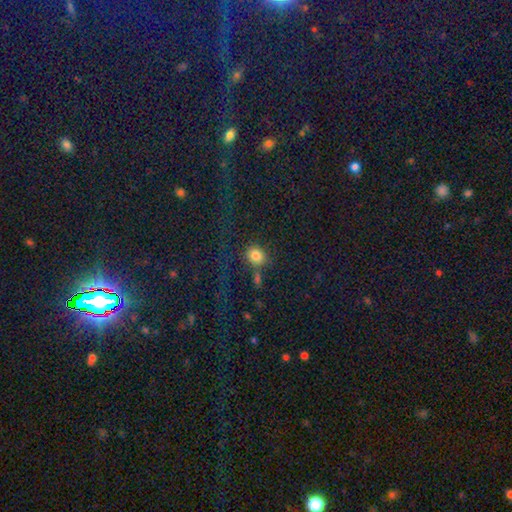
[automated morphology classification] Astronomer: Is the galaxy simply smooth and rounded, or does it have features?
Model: smooth — 81%.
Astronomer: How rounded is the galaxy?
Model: round — 75%.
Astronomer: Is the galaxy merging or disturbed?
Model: none — 66%.